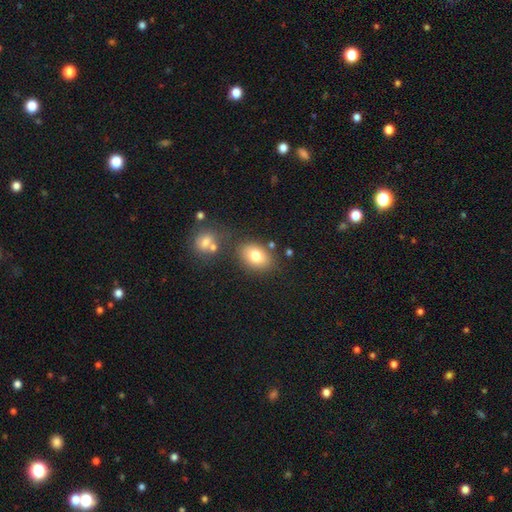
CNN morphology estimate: The model was most divided on "how rounded": in between: 77%, round: 22%, cigar-shaped: 1%. More confident: smooth or featured — smooth (78%); merging — none (76%).